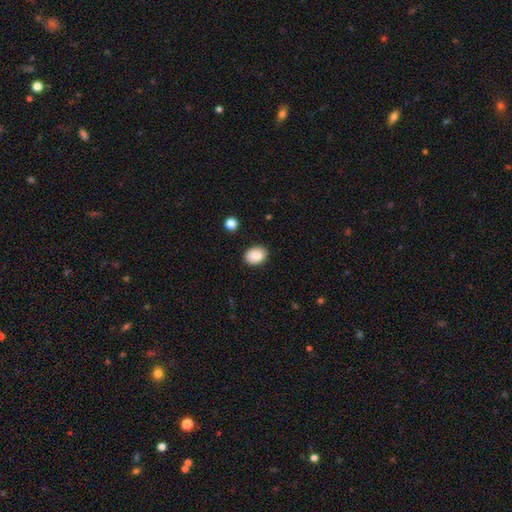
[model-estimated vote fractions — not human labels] This is clearly a smooth galaxy (85%). How rounded: likely in between (71%). Merging: clearly none (85%).